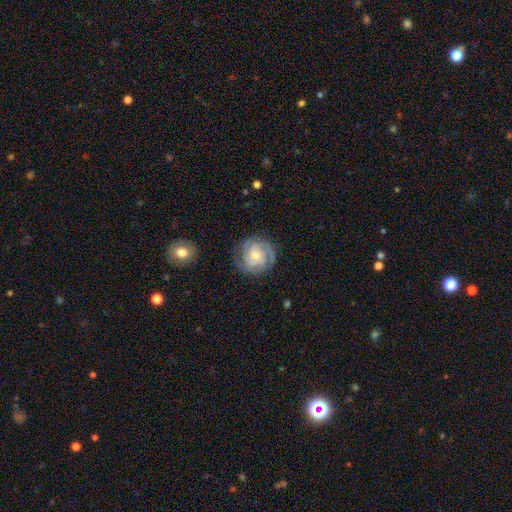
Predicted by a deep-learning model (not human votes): Q: Smooth or featured?
A: featured or disk (79%); runner-up: smooth (15%)
Q: Edge-on disk?
A: no (98%); runner-up: yes (2%)
Q: Bar?
A: no (67%); runner-up: weak (28%)
Q: Spiral arms?
A: yes (96%); runner-up: no (4%)
Q: Spiral winding?
A: tight (63%); runner-up: medium (30%)
Q: Spiral arm count?
A: 3 (34%); runner-up: 2 (26%)
Q: Bulge size?
A: small (57%); runner-up: moderate (33%)
Q: Merging?
A: none (79%); runner-up: minor disturbance (14%)